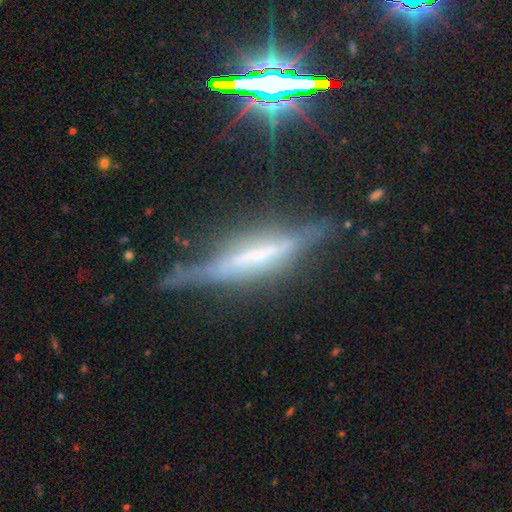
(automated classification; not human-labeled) Smooth or featured: featured or disk — 72% (smooth — 16%)
Edge-on disk: yes — 92% (no — 8%)
Edge-on bulge: boxy — 45% (none — 31%)
Merging: none — 65% (minor disturbance — 23%)